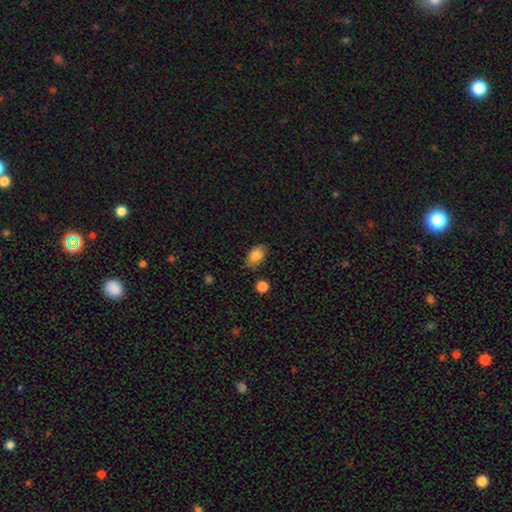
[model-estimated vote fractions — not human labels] A smooth galaxy with no disk features (85%) that is in between round and cigar-shaped (84%).

Vote fractions:
- Smooth or featured? smooth: 85% / star or artifact: 8% / featured or disk: 6%
- How rounded? in between: 84% / round: 15% / cigar-shaped: 1%
- Merging? none: 78% / minor disturbance: 16% / major disturbance: 3% / merger: 2%